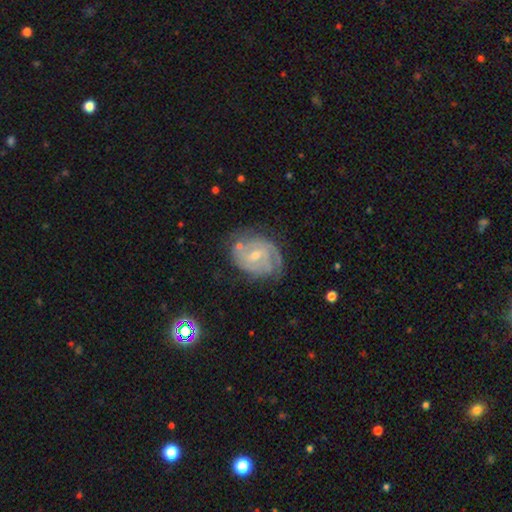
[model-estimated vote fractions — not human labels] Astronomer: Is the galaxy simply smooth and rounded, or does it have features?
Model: featured or disk — 83%.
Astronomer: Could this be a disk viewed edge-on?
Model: no — 97%.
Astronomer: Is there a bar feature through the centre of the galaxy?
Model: weak — 57%.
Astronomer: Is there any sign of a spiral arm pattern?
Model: yes — 94%.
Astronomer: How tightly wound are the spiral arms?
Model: tight — 61%.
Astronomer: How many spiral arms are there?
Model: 2 — 40% (runner-up: can't tell, 28%).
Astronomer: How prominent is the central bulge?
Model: small — 53% (runner-up: moderate, 42%).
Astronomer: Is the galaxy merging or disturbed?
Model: none — 63%.